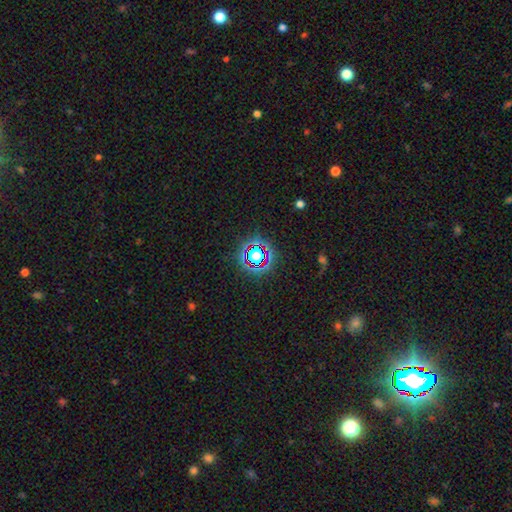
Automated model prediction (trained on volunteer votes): Smooth or featured? Predicted: star or artifact (p=0.66).